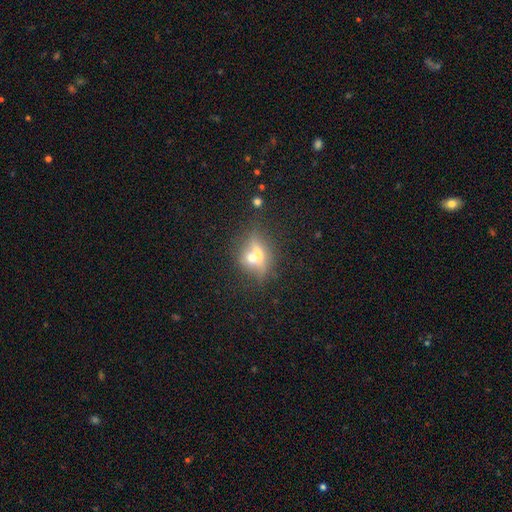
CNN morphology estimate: The model was most divided on "smooth or featured": smooth: 45%, featured or disk: 42%, star or artifact: 13%. Remaining: merging — merger (44%).